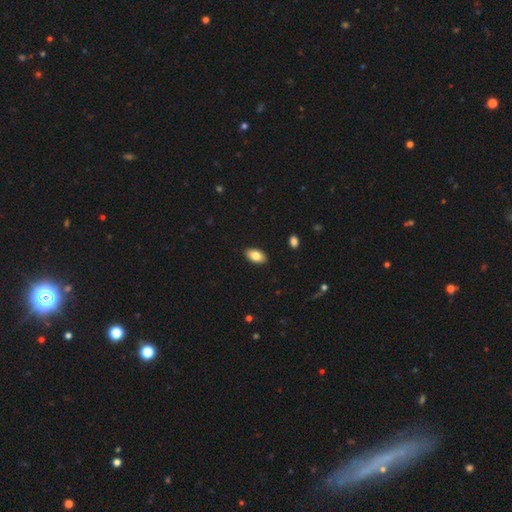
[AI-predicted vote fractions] This appears to be a smooth galaxy with no disk features (82%) that is in between round and cigar-shaped (94%). Merging: none (89%).